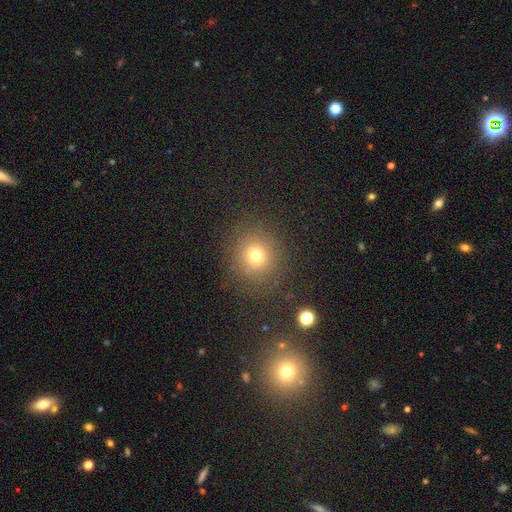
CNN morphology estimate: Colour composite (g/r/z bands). It shows a smooth galaxy with no disk features (74%) that is round (85%). Merging: none (85%).